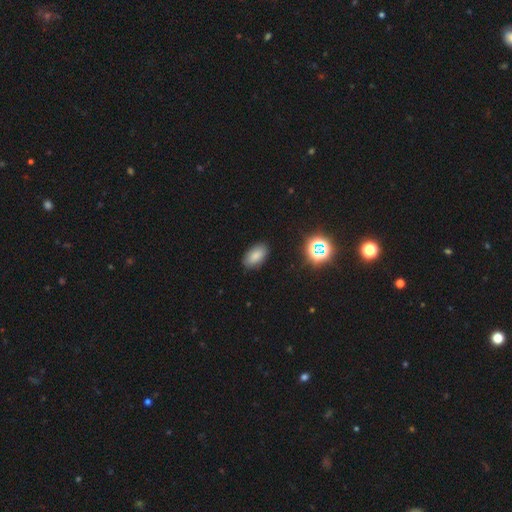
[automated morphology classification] Overall: smooth (81%). How rounded: in between (93%). Merging: none (87%).